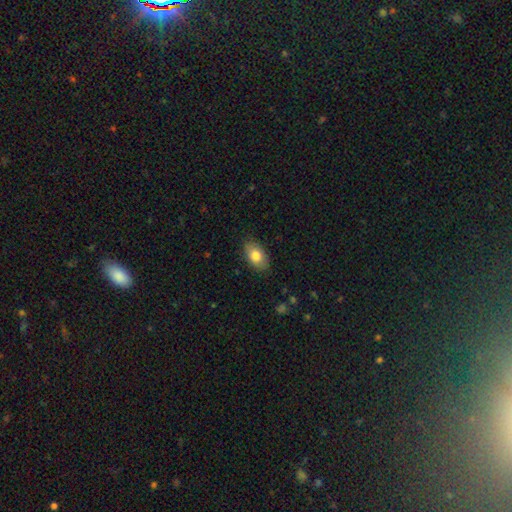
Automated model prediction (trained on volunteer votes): Overall: smooth (81%). How rounded: in between (91%). Merging: none (85%).